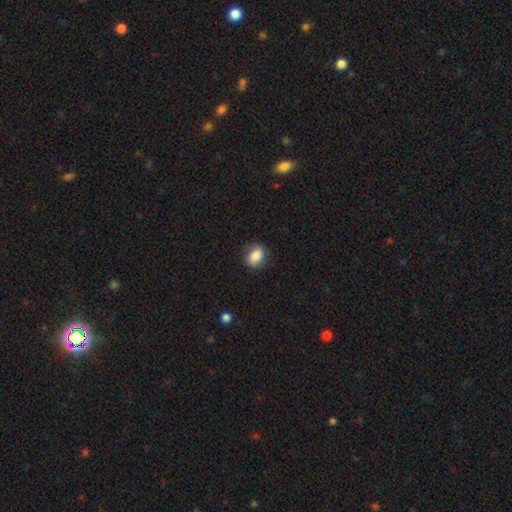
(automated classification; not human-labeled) A smooth galaxy with no disk features (86%) that is in between round and cigar-shaped (60%). Merging: none (82%).